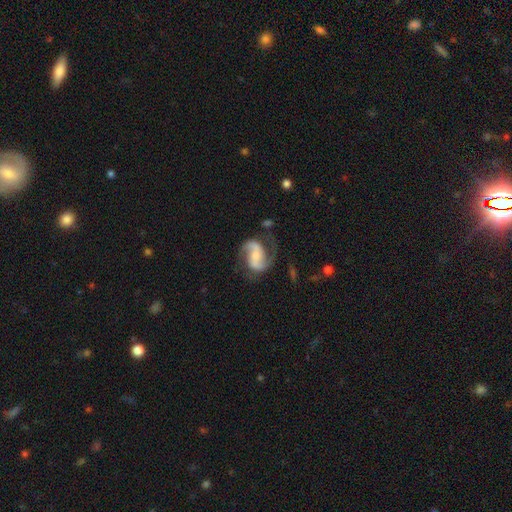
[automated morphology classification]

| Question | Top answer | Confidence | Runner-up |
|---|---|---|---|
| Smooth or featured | featured or disk | 85% | smooth (10%) |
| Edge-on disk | no | 98% | yes (2%) |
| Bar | no | 38% | tied: weak (38%) |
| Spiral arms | yes | 96% | no (4%) |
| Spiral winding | medium | 49% | loose (35%) |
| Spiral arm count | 2 | 91% | 1 (3%) |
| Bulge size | small | 47% | moderate (39%) |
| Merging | none | 67% | minor disturbance (18%) |